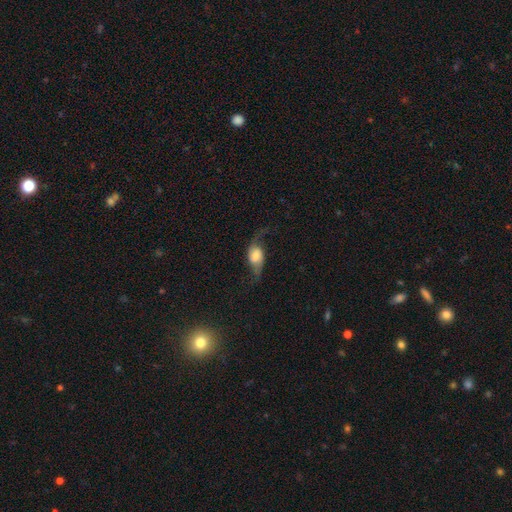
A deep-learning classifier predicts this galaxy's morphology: Smooth or featured? Predicted: featured or disk (p=0.64). Edge-on disk? Predicted: no (p=0.90). Bar? Predicted: no (p=0.59). Spiral arms? Predicted: yes (p=0.92). Spiral winding? Predicted: loose (p=0.88). Spiral arm count? Predicted: 2 (p=0.91). Bulge size? Predicted: moderate (p=0.28). Merging? Predicted: none (p=0.57).